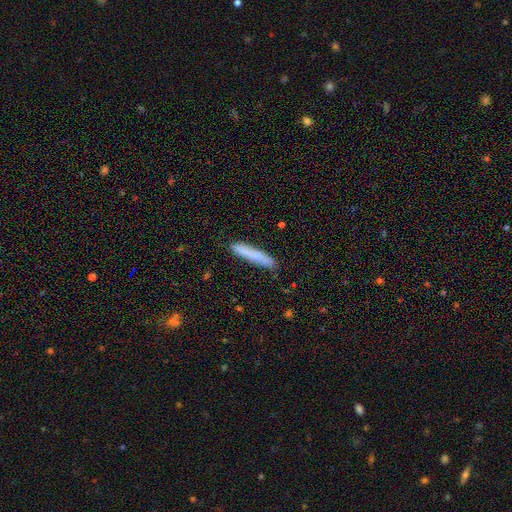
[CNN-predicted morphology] smooth_or_featured: smooth (p=0.75) [alt: featured or disk p=0.18]
how_rounded: cigar-shaped (p=0.94) [alt: in between p=0.05]
merging: none (p=0.86) [alt: minor disturbance p=0.10]